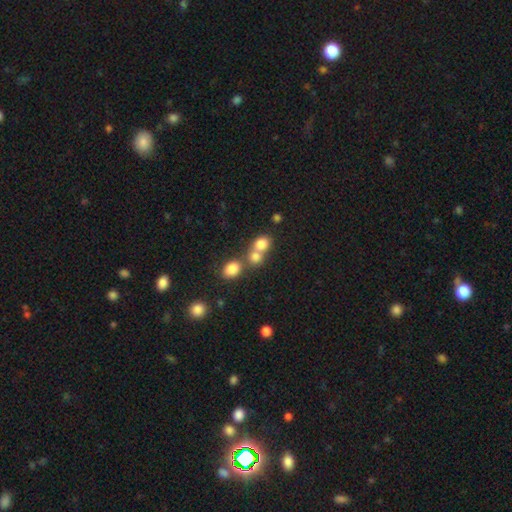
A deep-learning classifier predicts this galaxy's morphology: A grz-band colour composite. It shows a smooth galaxy with no disk features (78%) that is round (67%). Merging: merger (56%).